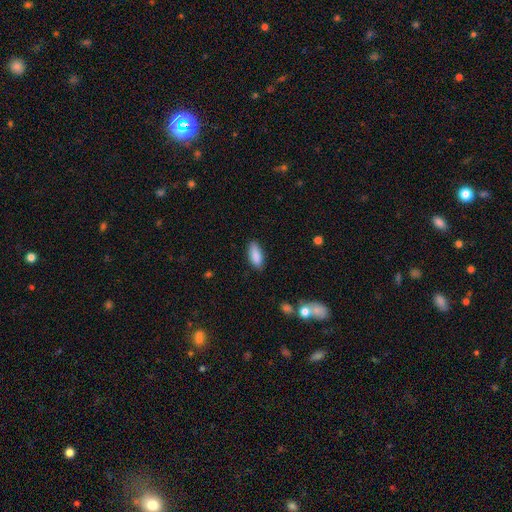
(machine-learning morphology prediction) smooth_or_featured: smooth (p=0.88) [alt: star or artifact p=0.07]
how_rounded: in between (p=0.80) [alt: cigar-shaped p=0.19]
merging: none (p=0.84) [alt: minor disturbance p=0.12]